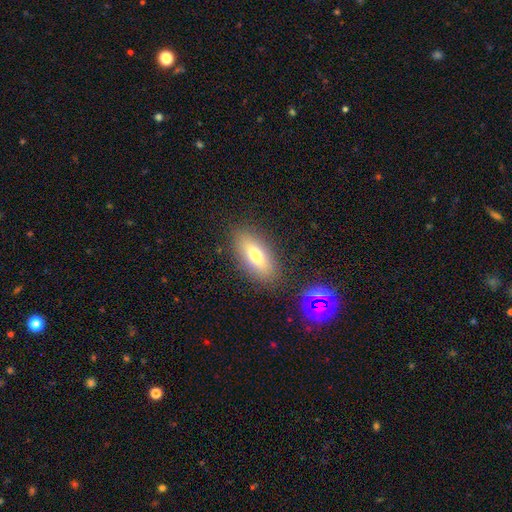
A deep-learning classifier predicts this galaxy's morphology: The model was most divided on "smooth or featured": smooth: 69%, featured or disk: 21%, star or artifact: 10%. More confident: merging — none (84%); how rounded — in between (80%).